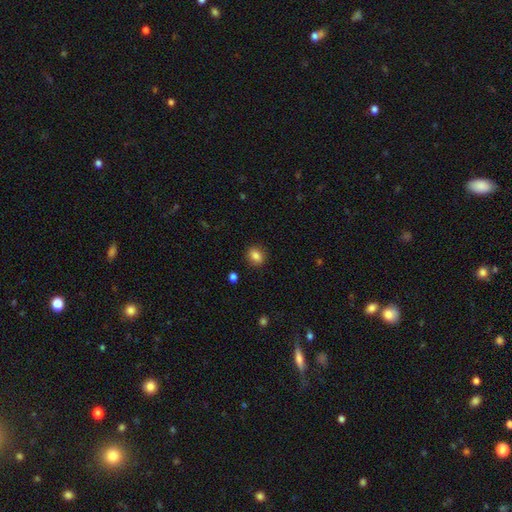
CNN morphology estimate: smooth_or_featured: smooth (p=0.85) [alt: star or artifact p=0.09]
how_rounded: in between (p=0.50) [alt: round p=0.49]
merging: none (p=0.88) [alt: minor disturbance p=0.08]